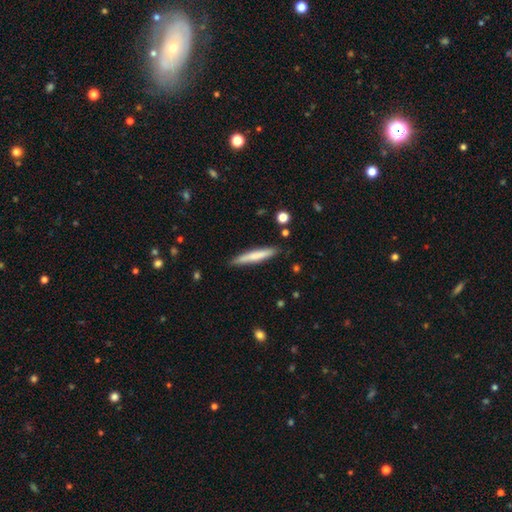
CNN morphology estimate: Smooth or featured: smooth — 69% (featured or disk — 25%)
How rounded: cigar-shaped — 94% (in between — 5%)
Merging: none — 88% (minor disturbance — 9%)